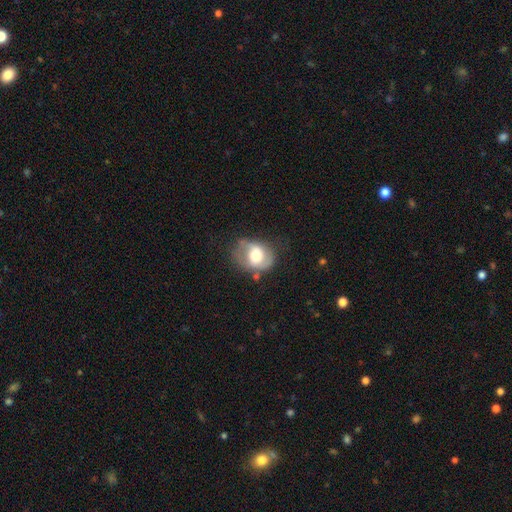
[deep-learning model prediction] smooth_or_featured: featured or disk (p=0.51) [alt: smooth p=0.41]
disk_edge_on: no (p=0.96) [alt: yes p=0.04]
merging: none (p=0.52) [alt: minor disturbance p=0.28]